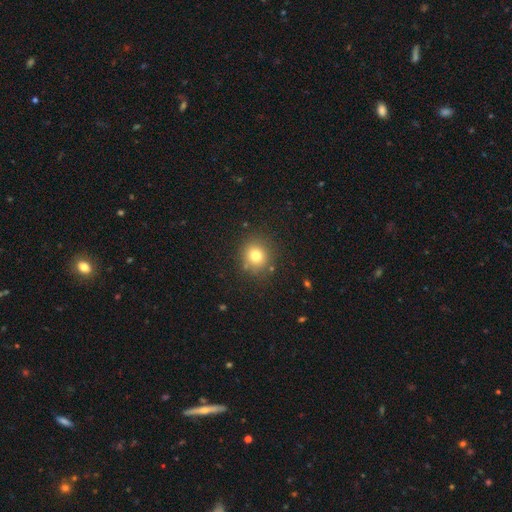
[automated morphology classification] smooth 77%, star or artifact 14%, featured or disk 9%. Down the decision tree: how rounded — round (86%); merging — none (84%).